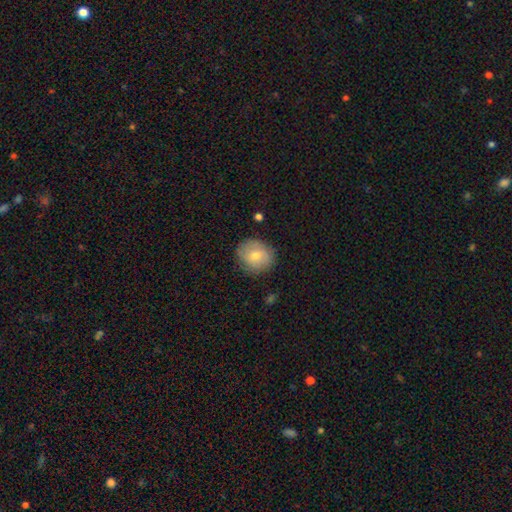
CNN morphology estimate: smooth_or_featured: smooth (p=0.69) [alt: featured or disk p=0.23]
how_rounded: round (p=0.77) [alt: in between p=0.22]
merging: none (p=0.83) [alt: minor disturbance p=0.13]